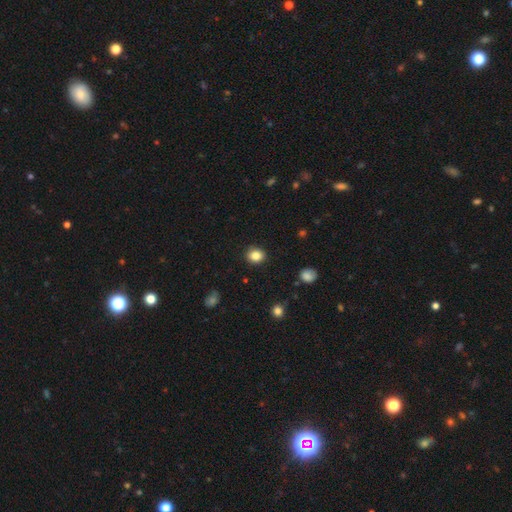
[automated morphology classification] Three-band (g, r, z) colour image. It shows a smooth galaxy with no disk features (85%) that is round (71%). Merging: none (89%).